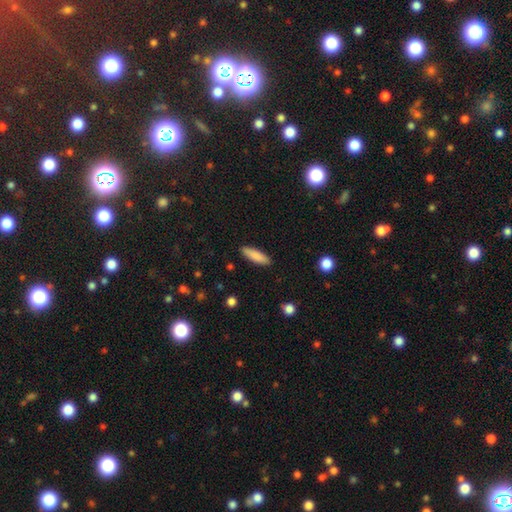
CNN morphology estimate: Smooth or featured? smooth (86%)
How rounded? cigar-shaped (60%)
Merging? none (89%)